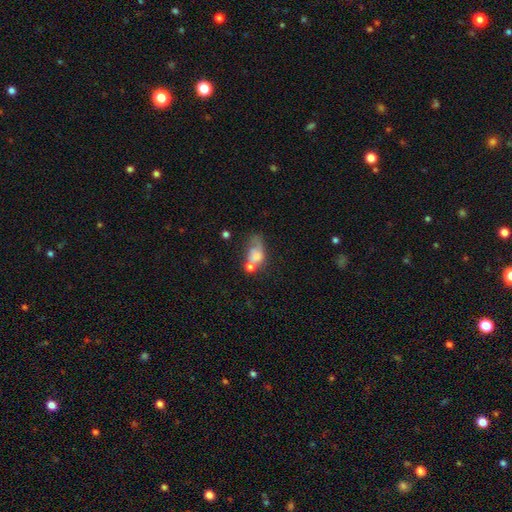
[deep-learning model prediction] A smooth galaxy with no disk features (63%) that is in between round and cigar-shaped (76%). Merging: merger (33%).